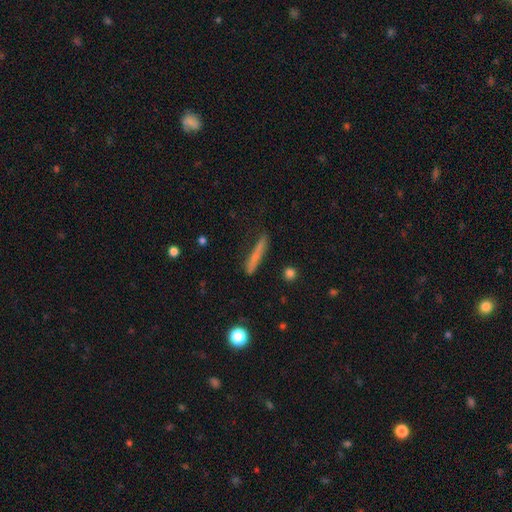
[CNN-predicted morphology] smooth_or_featured: smooth (p=0.69) [alt: featured or disk p=0.24]
how_rounded: cigar-shaped (p=0.94) [alt: in between p=0.04]
merging: none (p=0.83) [alt: minor disturbance p=0.12]